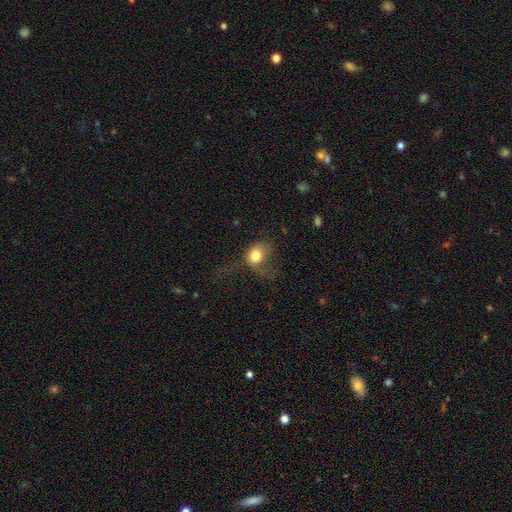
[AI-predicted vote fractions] The model was most divided on "how rounded": round: 52%, in between: 46%, cigar-shaped: 1%. Remaining: smooth or featured — smooth (75%); merging — major disturbance (49%).